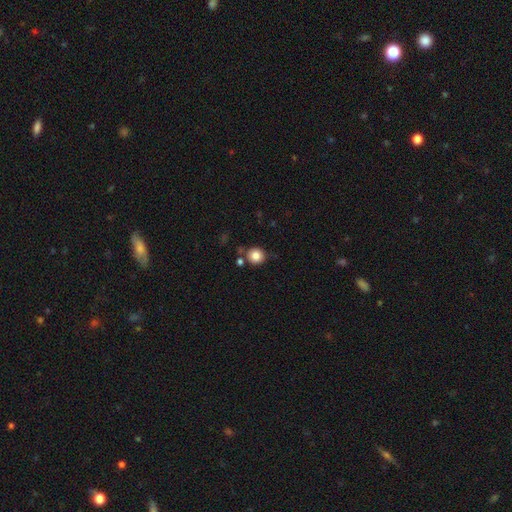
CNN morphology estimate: Smooth or featured? Predicted: smooth (p=0.83). How rounded? Predicted: round (p=0.89). Merging? Predicted: none (p=0.75).